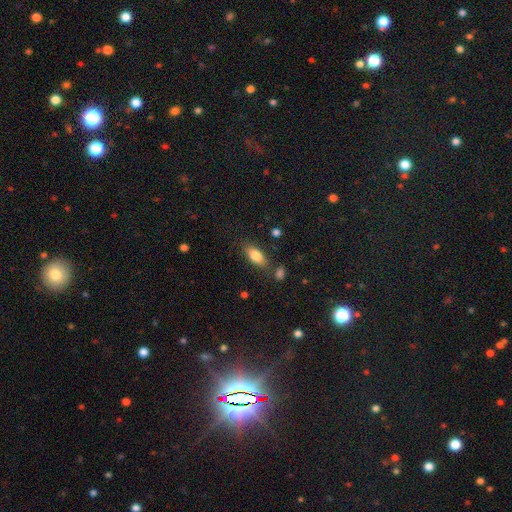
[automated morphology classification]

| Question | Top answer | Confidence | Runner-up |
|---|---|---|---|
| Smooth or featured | smooth | 80% | featured or disk (12%) |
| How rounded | in between | 83% | cigar-shaped (14%) |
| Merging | none | 76% | minor disturbance (14%) |